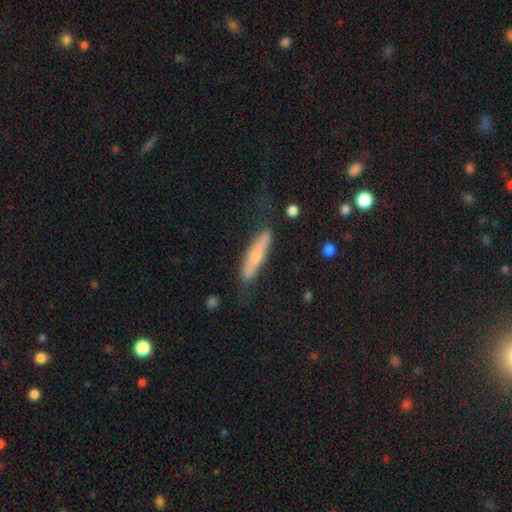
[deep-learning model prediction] Smooth or featured: smooth — 54% (featured or disk — 40%)
How rounded: cigar-shaped — 82% (in between — 16%)
Merging: none — 73% (minor disturbance — 19%)